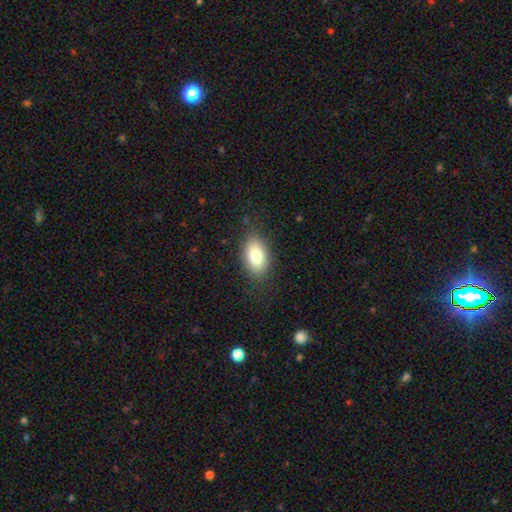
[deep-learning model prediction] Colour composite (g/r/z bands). It shows a smooth galaxy with no disk features (79%) that is in between round and cigar-shaped (90%). Merging: none (84%).